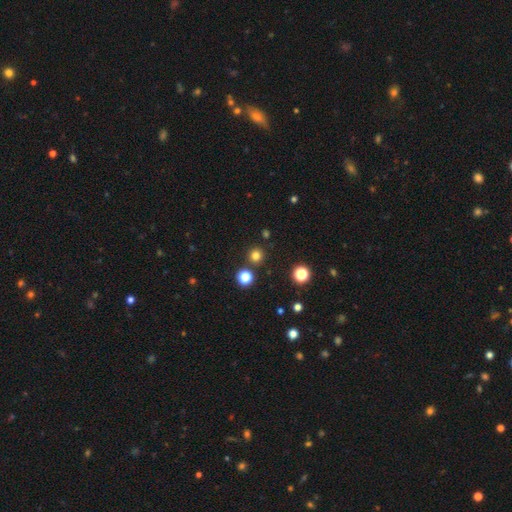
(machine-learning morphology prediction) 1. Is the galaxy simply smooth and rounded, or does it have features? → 77% smooth, 18% star or artifact, 5% featured or disk.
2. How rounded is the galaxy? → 94% round, 5% in between, 1% cigar-shaped.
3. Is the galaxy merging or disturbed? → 87% none, 5% minor disturbance, 5% merger, 2% major disturbance.